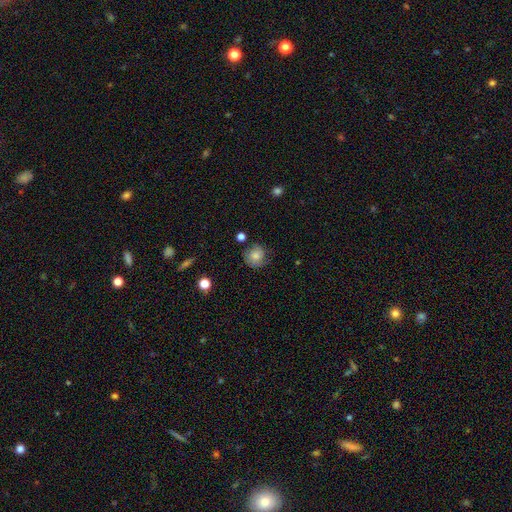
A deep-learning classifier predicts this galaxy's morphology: A smooth galaxy with no disk features (71%) that is round (87%).

Vote fractions:
- Smooth or featured? smooth: 71% / featured or disk: 19% / star or artifact: 10%
- How rounded? round: 87% / in between: 12% / cigar-shaped: 1%
- Merging? none: 69% / minor disturbance: 22% / major disturbance: 7% / merger: 3%